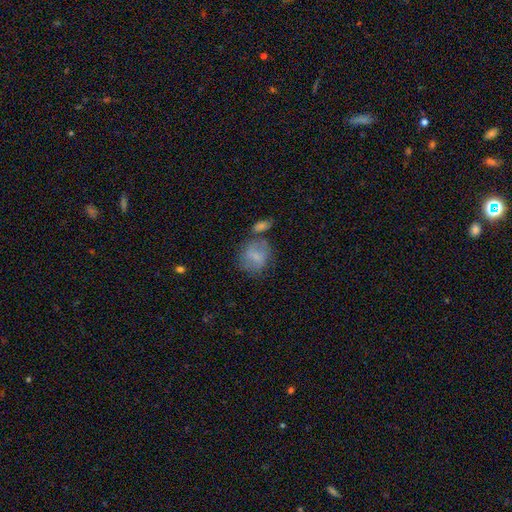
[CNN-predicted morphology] Overall: smooth (68%). How rounded: round (62%; in between 36%). Merging: none (53%; minor disturbance 20%).